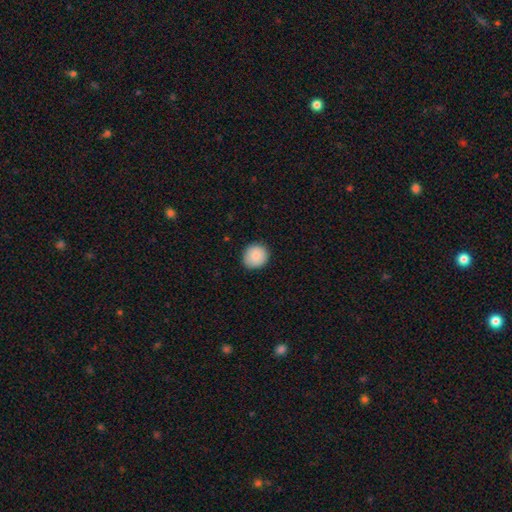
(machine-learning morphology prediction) Smooth or featured?
  - smooth: 88% *
  - star or artifact: 7%
  - featured or disk: 5%
How rounded?
  - round: 84% *
  - in between: 15%
  - cigar-shaped: 1%
Merging?
  - none: 87% *
  - minor disturbance: 10%
  - major disturbance: 2%
  - merger: 1%